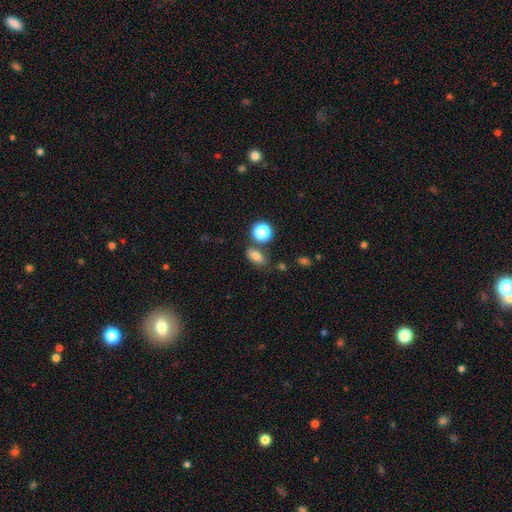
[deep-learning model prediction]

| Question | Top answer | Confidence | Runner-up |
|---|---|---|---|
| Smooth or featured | smooth | 76% | star or artifact (14%) |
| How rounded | in between | 77% | round (17%) |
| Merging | none | 70% | minor disturbance (15%) |